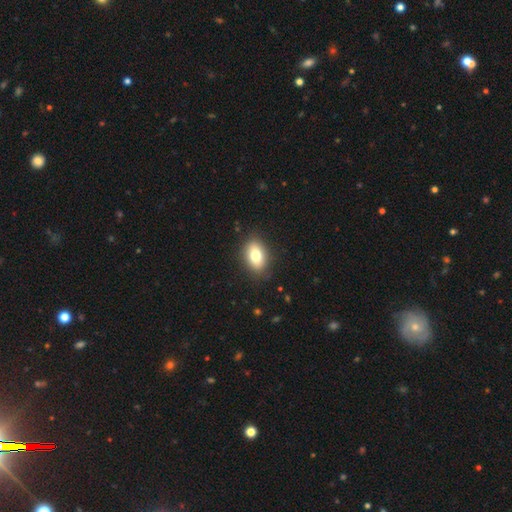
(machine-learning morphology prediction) Smooth or featured: smooth — 77% (featured or disk — 15%)
How rounded: in between — 84% (round — 14%)
Merging: none — 86% (minor disturbance — 10%)